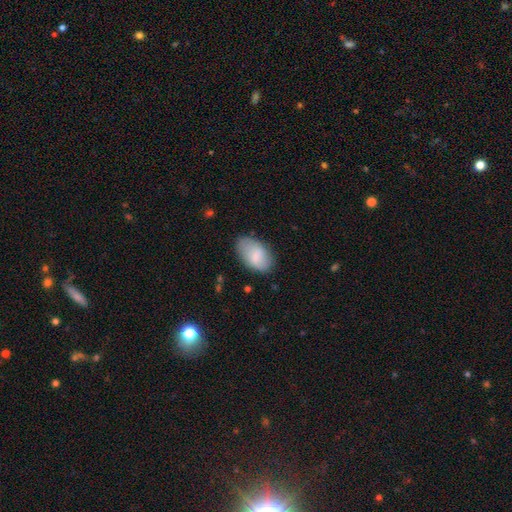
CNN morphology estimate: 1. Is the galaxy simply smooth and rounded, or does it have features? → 79% smooth, 15% featured or disk, 6% star or artifact.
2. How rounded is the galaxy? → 94% in between, 5% round, 1% cigar-shaped.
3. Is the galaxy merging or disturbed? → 71% none, 22% minor disturbance, 6% major disturbance, 2% merger.